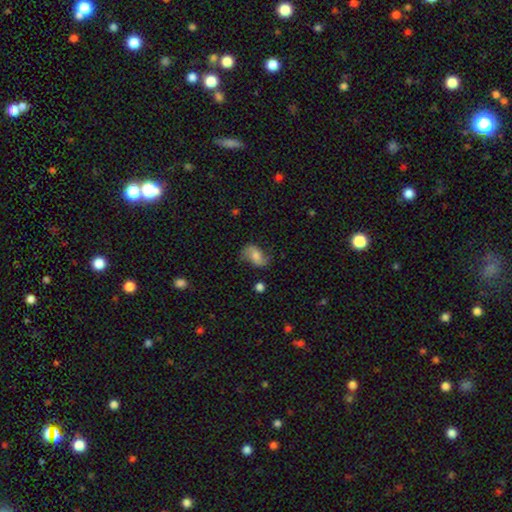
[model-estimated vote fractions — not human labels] Q: Smooth or featured?
A: featured or disk (53%); runner-up: smooth (38%)
Q: Edge-on disk?
A: no (96%); runner-up: yes (4%)
Q: Bar?
A: no (56%); runner-up: weak (34%)
Q: Spiral arms?
A: yes (88%); runner-up: no (12%)
Q: Bulge size?
A: moderate (47%); runner-up: small (30%)
Q: Merging?
A: none (66%); runner-up: minor disturbance (23%)